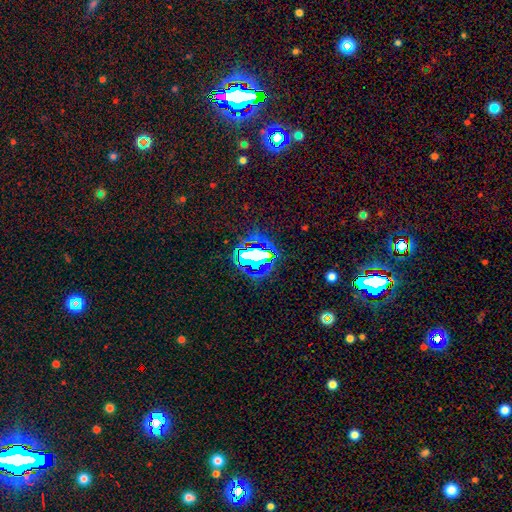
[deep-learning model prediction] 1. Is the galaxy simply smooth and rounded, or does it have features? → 59% star or artifact, 27% smooth, 14% featured or disk.